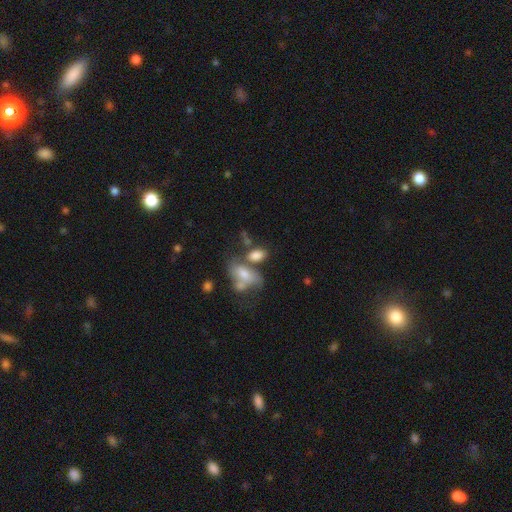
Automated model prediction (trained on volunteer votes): This appears to be a smooth galaxy with no disk features (74%) that is in between round and cigar-shaped (89%). Merging: merger (38%).